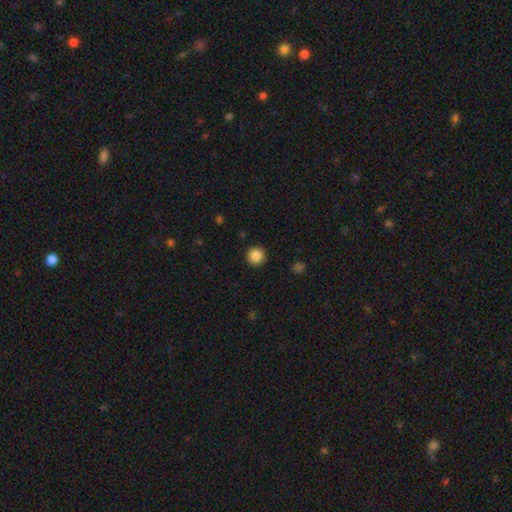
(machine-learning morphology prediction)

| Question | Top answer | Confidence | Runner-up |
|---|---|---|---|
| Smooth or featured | smooth | 87% | star or artifact (10%) |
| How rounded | round | 96% | in between (3%) |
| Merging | none | 93% | minor disturbance (5%) |